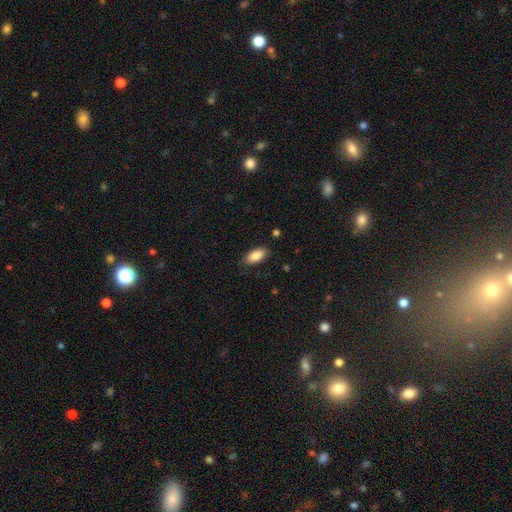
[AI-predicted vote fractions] smooth_or_featured: smooth (p=0.87) [alt: star or artifact p=0.07]
how_rounded: in between (p=0.90) [alt: cigar-shaped p=0.08]
merging: none (p=0.84) [alt: minor disturbance p=0.12]